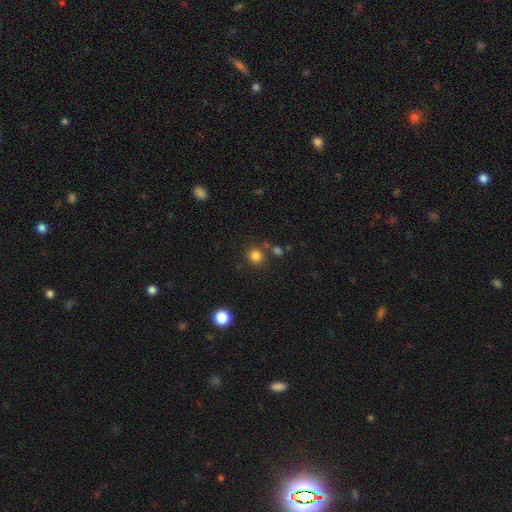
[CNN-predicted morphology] Smooth or featured? smooth (82%)
How rounded? round (87%)
Merging? none (75%)